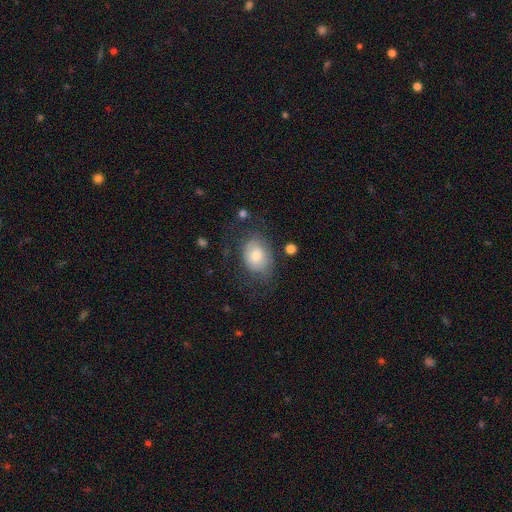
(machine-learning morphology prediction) Q: Smooth or featured?
A: smooth (60%); runner-up: featured or disk (31%)
Q: How rounded?
A: in between (68%); runner-up: round (31%)
Q: Merging?
A: none (60%); runner-up: minor disturbance (22%)